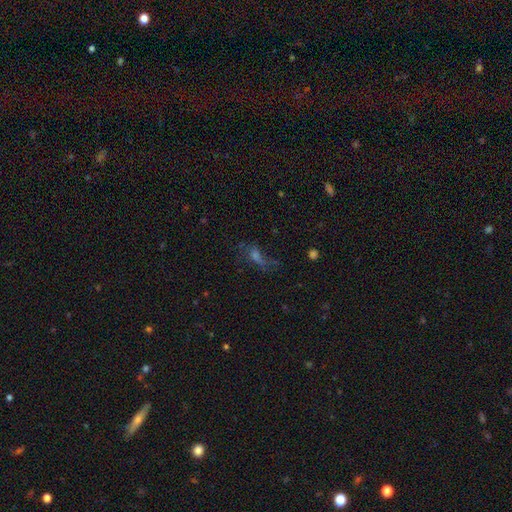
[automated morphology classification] smooth_or_featured: featured or disk (p=0.38) [alt: star or artifact p=0.32]
merging: none (p=0.49) [alt: major disturbance p=0.29]